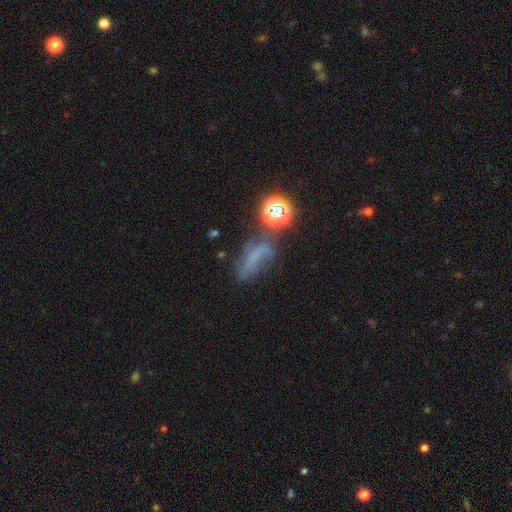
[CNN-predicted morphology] A smooth galaxy with no disk features (41%). Merging: none (42%).